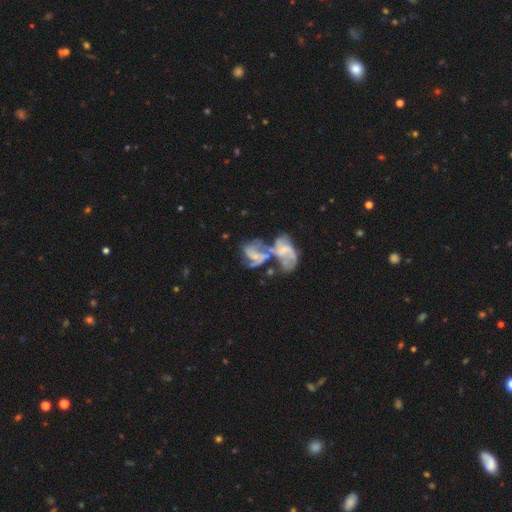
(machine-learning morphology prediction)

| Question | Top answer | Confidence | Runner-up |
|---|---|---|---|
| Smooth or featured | featured or disk | 72% | smooth (19%) |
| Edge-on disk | no | 97% | yes (3%) |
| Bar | no | 61% | weak (28%) |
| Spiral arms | yes | 71% | no (29%) |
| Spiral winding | loose | 42% | medium (38%) |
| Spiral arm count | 2 | 48% | can't tell (27%) |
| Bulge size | small | 40% | none (37%) |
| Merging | merger | 72% | major disturbance (14%) |